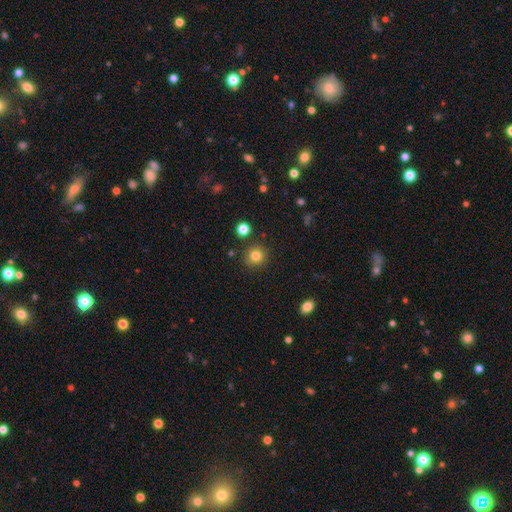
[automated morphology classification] smooth_or_featured: smooth (p=0.82) [alt: star or artifact p=0.12]
how_rounded: round (p=0.93) [alt: in between p=0.06]
merging: none (p=0.88) [alt: minor disturbance p=0.07]